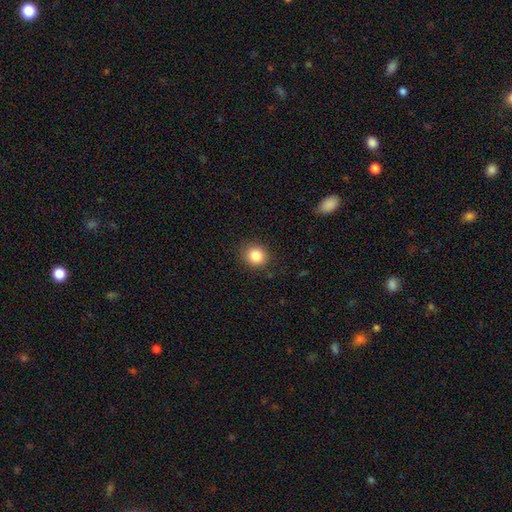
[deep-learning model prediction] Q: Smooth or featured?
A: smooth (85%); runner-up: star or artifact (10%)
Q: How rounded?
A: round (80%); runner-up: in between (19%)
Q: Merging?
A: none (87%); runner-up: minor disturbance (9%)